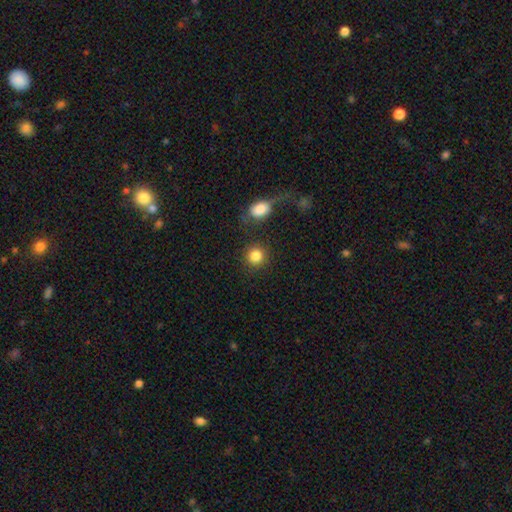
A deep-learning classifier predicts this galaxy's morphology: Q: Smooth or featured?
A: smooth (86%); runner-up: star or artifact (9%)
Q: How rounded?
A: round (90%); runner-up: in between (9%)
Q: Merging?
A: none (81%); runner-up: minor disturbance (8%)